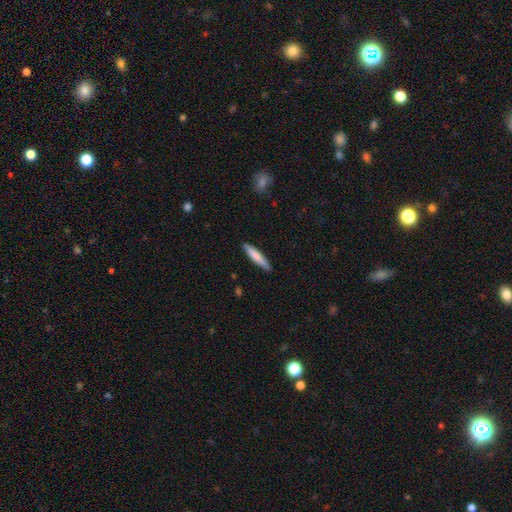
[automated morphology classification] A smooth galaxy with no disk features (78%) that is cigar-shaped (89%).

Vote fractions:
- Smooth or featured? smooth: 78% / featured or disk: 17% / star or artifact: 5%
- How rounded? cigar-shaped: 89% / in between: 9% / round: 1%
- Merging? none: 89% / minor disturbance: 8% / major disturbance: 2% / merger: 1%